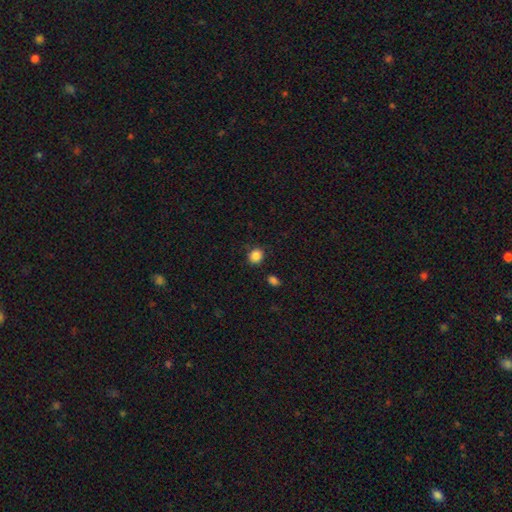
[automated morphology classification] Smooth or featured?
  - smooth: 86% *
  - star or artifact: 10%
  - featured or disk: 4%
How rounded?
  - round: 85% *
  - in between: 14%
  - cigar-shaped: 1%
Merging?
  - none: 84% *
  - minor disturbance: 10%
  - merger: 3%
  - major disturbance: 3%